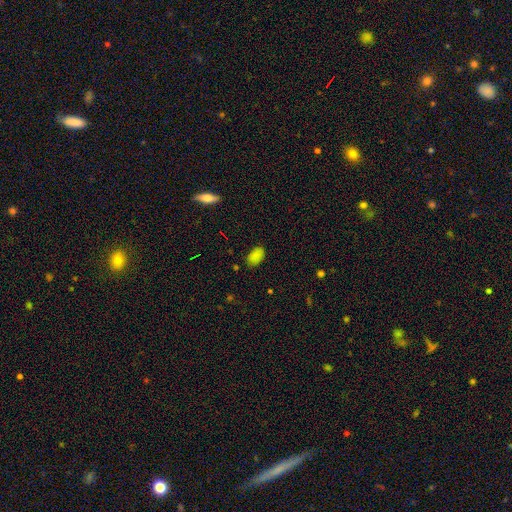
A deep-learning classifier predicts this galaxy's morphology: smooth-or-featured: smooth: 83% | star or artifact: 12% | featured or disk: 5%
  how-rounded: in between: 92% | round: 7% | cigar-shaped: 1%
  merging: none: 83% | minor disturbance: 12% | major disturbance: 3% | merger: 1%